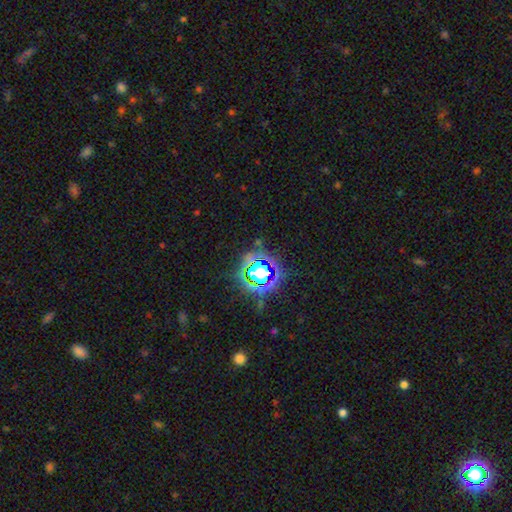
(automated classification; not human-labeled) The model was most divided on "smooth or featured": star or artifact: 78%, smooth: 14%, featured or disk: 7%.